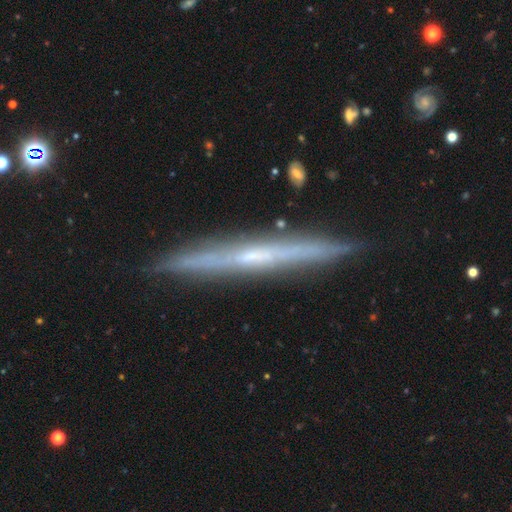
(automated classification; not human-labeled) Smooth or featured?
  - featured or disk: 75% *
  - smooth: 19%
  - star or artifact: 6%
Edge-on disk?
  - yes: 96% *
  - no: 4%
Edge-on bulge?
  - none: 58% *
  - rounded: 37%
  - boxy: 5%
Merging?
  - none: 89% *
  - minor disturbance: 8%
  - major disturbance: 1%
  - merger: 1%